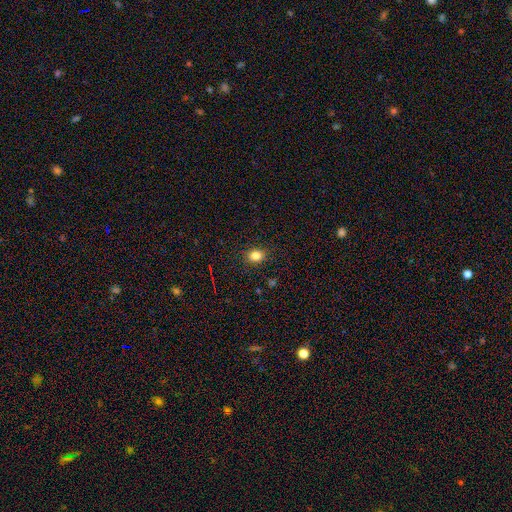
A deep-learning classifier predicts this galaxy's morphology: Smooth or featured? smooth (82%)
How rounded? round (56%)
Merging? none (88%)